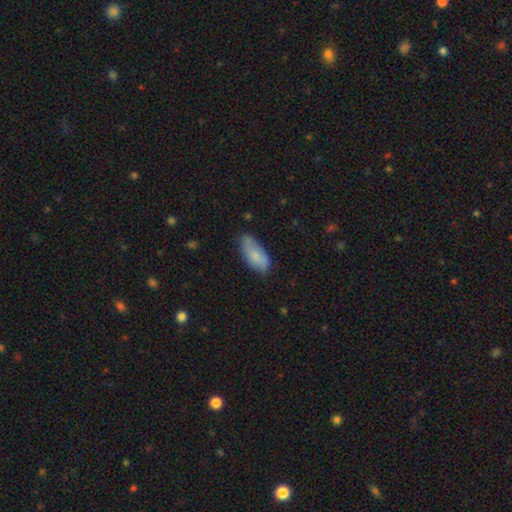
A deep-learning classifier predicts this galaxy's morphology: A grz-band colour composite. It shows a smooth galaxy with no disk features (77%) that is in between round and cigar-shaped (87%). Merging: none (64%).